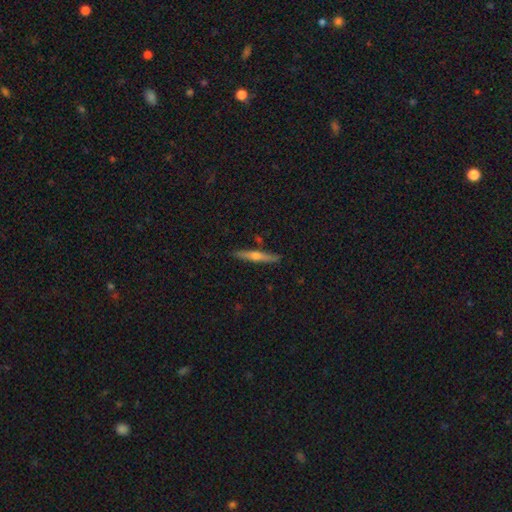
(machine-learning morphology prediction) This appears to be a featured or disk galaxy (55%) viewed edge-on (96%) with a rounded central bulge (86%). Merging: none (88%).